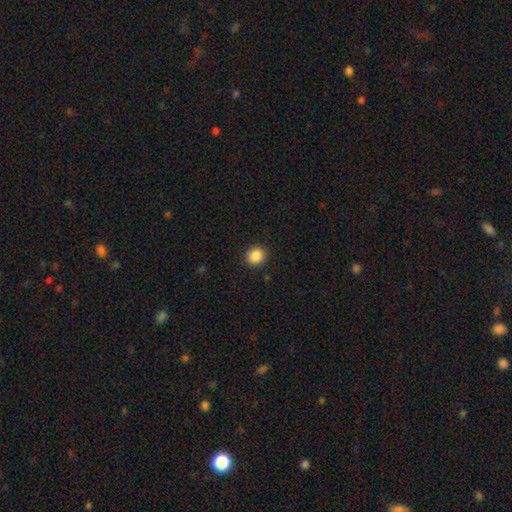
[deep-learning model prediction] Q: Smooth or featured?
A: smooth (87%); runner-up: star or artifact (10%)
Q: How rounded?
A: round (87%); runner-up: in between (12%)
Q: Merging?
A: none (91%); runner-up: minor disturbance (6%)